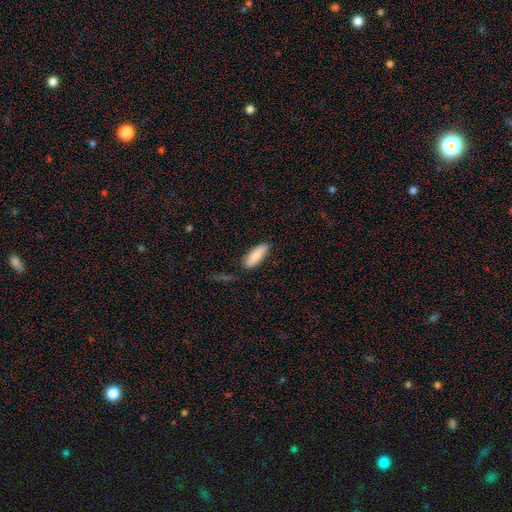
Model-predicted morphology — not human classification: Smooth or featured? Predicted: smooth (p=0.83). How rounded? Predicted: in between (p=0.67). Merging? Predicted: none (p=0.81).